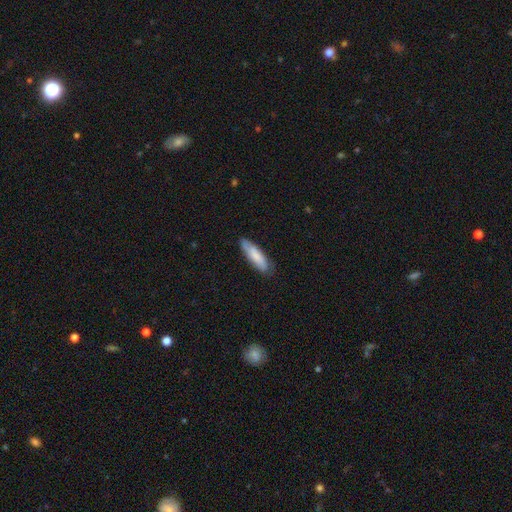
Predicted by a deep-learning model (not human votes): This is likely a smooth galaxy (75%). How rounded: possibly cigar-shaped (57%). Merging: likely none (77%).